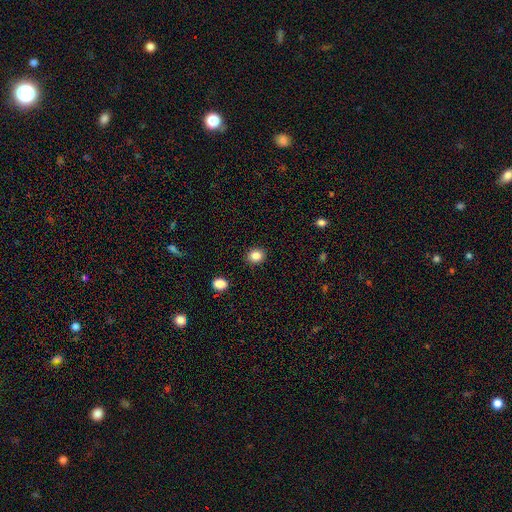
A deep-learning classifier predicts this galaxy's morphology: smooth 84%, star or artifact 11%, featured or disk 5%. Down the decision tree: how rounded — round (75%); merging — none (91%).